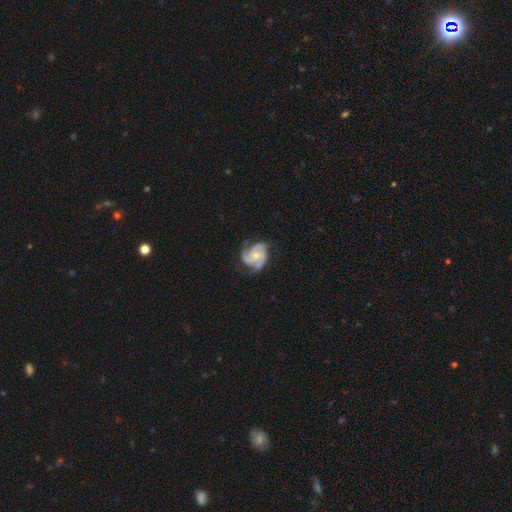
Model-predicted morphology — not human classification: Smooth or featured: featured or disk — 86% (smooth — 9%)
Edge-on disk: no — 98% (yes — 2%)
Bar: no — 67% (weak — 26%)
Spiral arms: yes — 97% (no — 3%)
Spiral winding: medium — 46% (tight — 45%)
Spiral arm count: 3 — 64% (2 — 19%)
Bulge size: small — 52% (moderate — 42%)
Merging: none — 62% (minor disturbance — 25%)